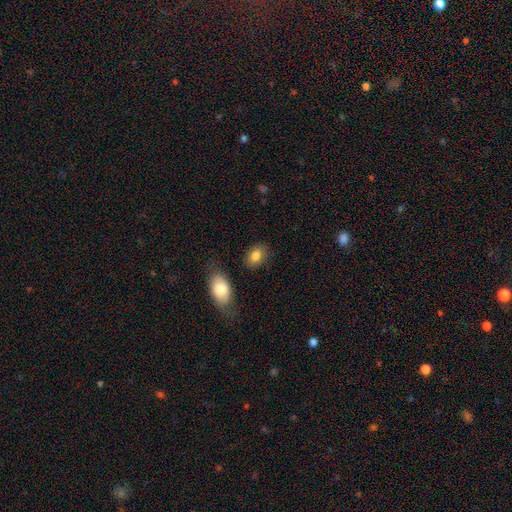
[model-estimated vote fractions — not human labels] This is clearly a smooth galaxy (84%). How rounded: likely in between (77%). Merging: likely none (79%).